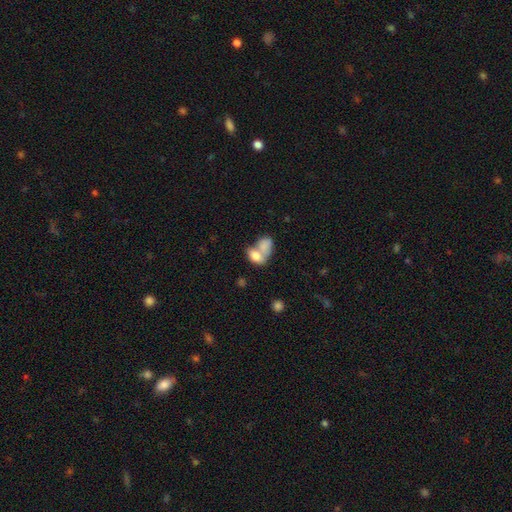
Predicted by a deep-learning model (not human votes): Smooth or featured?
  - smooth: 76% *
  - featured or disk: 16%
  - star or artifact: 8%
How rounded?
  - in between: 82% *
  - round: 17%
  - cigar-shaped: 2%
Merging?
  - merger: 68% *
  - none: 19%
  - minor disturbance: 8%
  - major disturbance: 6%